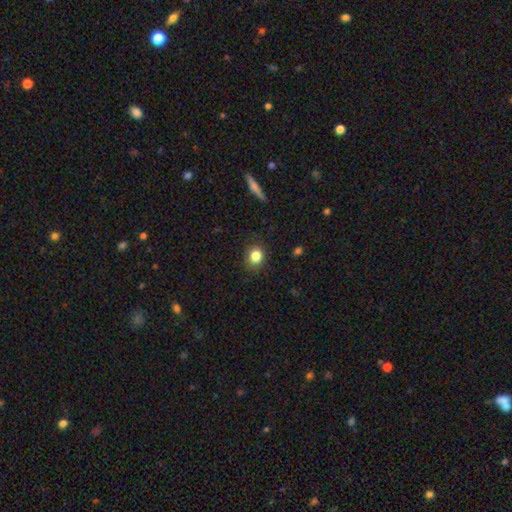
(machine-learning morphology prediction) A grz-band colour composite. It shows a smooth galaxy with no disk features (83%) that is round (68%). Merging: none (86%).